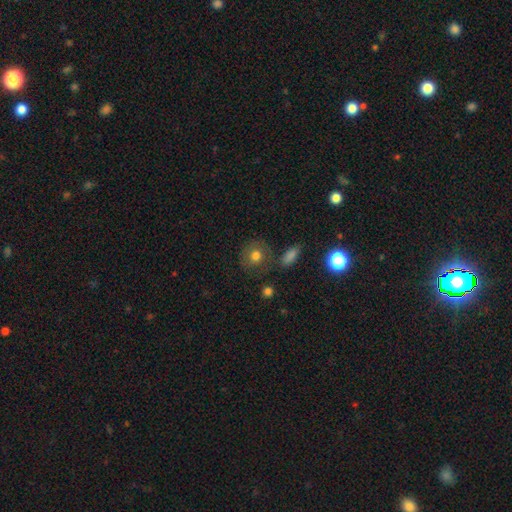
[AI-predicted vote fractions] Smooth or featured?
  - smooth: 73% *
  - featured or disk: 16%
  - star or artifact: 11%
How rounded?
  - round: 78% *
  - in between: 21%
  - cigar-shaped: 1%
Merging?
  - none: 73% *
  - minor disturbance: 14%
  - merger: 6%
  - major disturbance: 6%